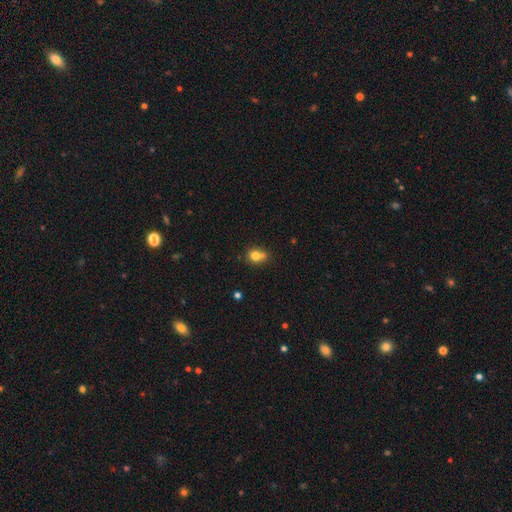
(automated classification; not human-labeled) This appears to be a smooth galaxy with no disk features (76%) that is round (71%). Merging: none (50%).